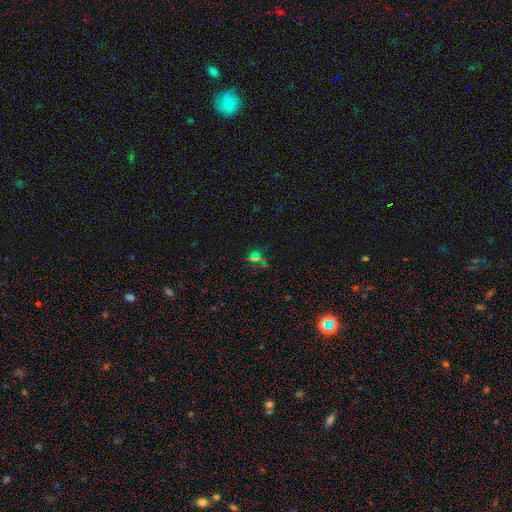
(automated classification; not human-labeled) Q: Smooth or featured?
A: star or artifact (57%); runner-up: smooth (31%)